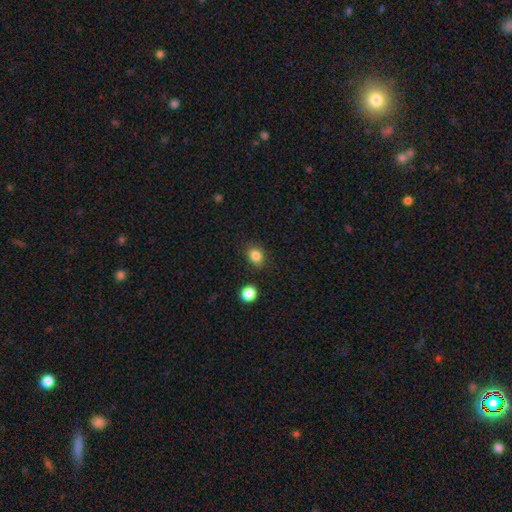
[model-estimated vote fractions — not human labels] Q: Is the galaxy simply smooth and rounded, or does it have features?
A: smooth — 83%.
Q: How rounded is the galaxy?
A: round — 57%.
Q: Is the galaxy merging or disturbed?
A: none — 83%.